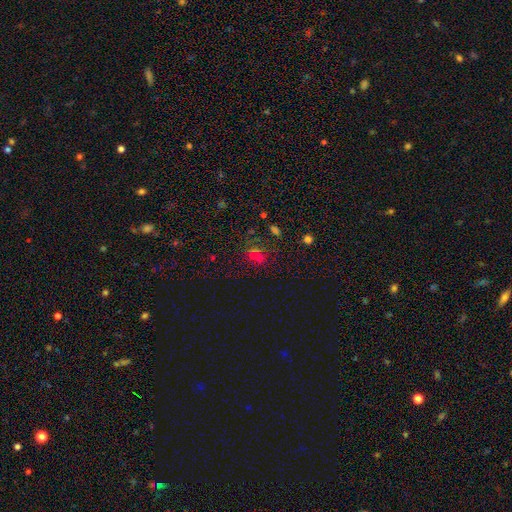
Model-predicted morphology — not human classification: This is possibly a star or artifact rather than a galaxy (51%).